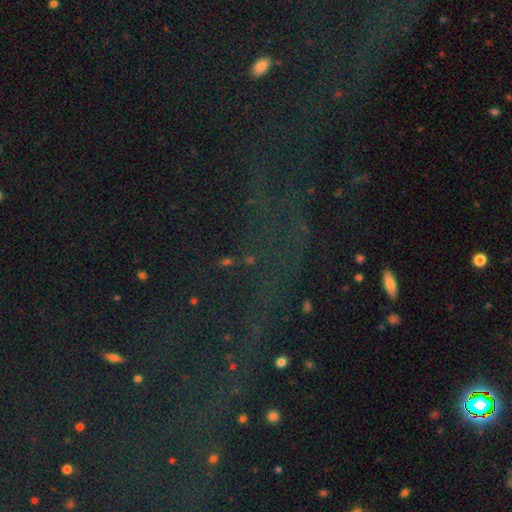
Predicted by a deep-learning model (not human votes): smooth-or-featured: star or artifact: 77% | featured or disk: 12% | smooth: 11%